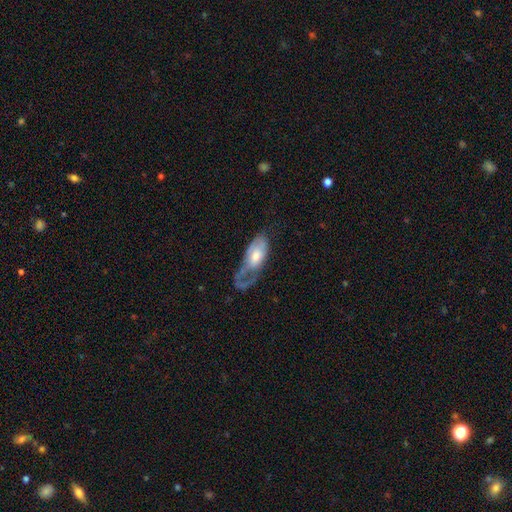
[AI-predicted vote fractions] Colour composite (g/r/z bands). It shows a featured or disk galaxy (52%). Merging: major disturbance (51%).